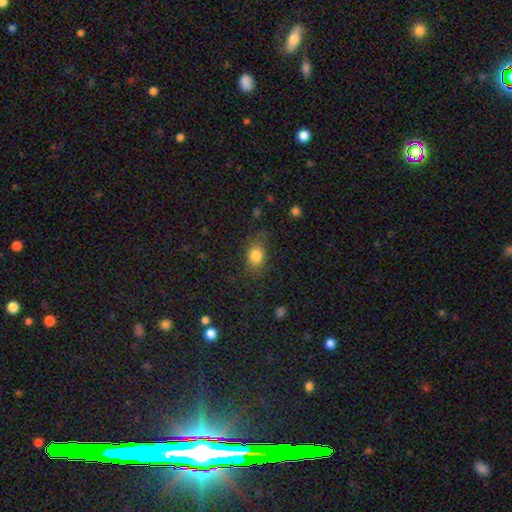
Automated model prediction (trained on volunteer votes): Morphology: type=smooth (83%); roundness=in between (64%); merging=none (72%).